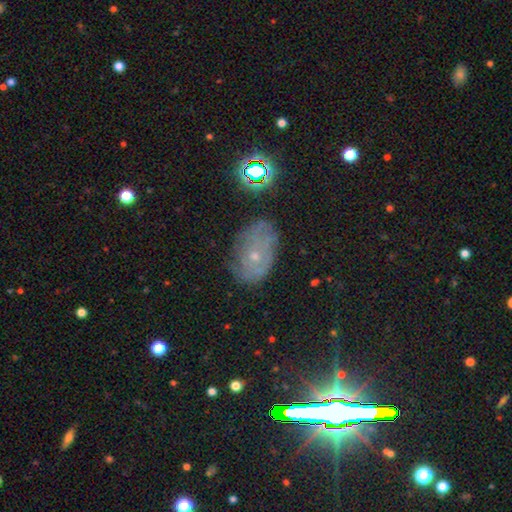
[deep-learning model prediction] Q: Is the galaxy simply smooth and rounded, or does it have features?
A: featured or disk — 50%.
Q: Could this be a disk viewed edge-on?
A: no — 92%.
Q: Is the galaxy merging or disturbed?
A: none — 71%.